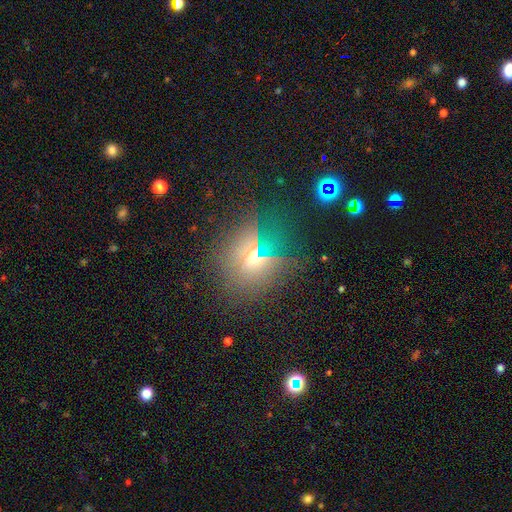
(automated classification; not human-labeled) This is marginally a smooth galaxy (43%). Merging: likely none (76%).